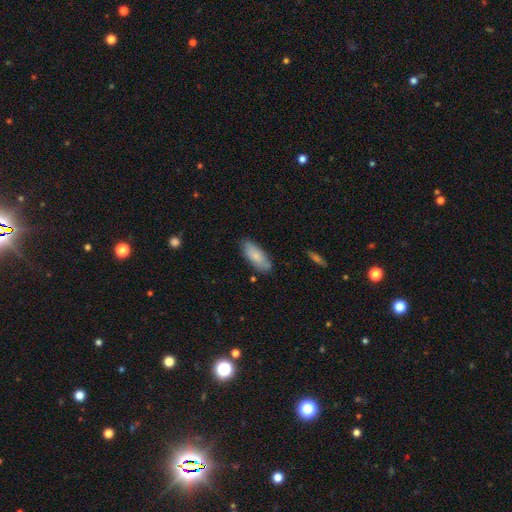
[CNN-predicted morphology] The model was most divided on "how rounded": in between: 78%, cigar-shaped: 20%, round: 2%. More confident: smooth or featured — smooth (82%); merging — none (78%).